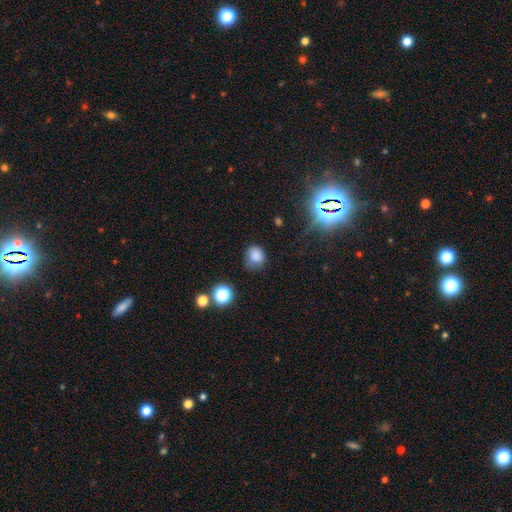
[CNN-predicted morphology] Q: Smooth or featured?
A: smooth (80%); runner-up: star or artifact (13%)
Q: How rounded?
A: round (71%); runner-up: in between (28%)
Q: Merging?
A: none (61%); runner-up: minor disturbance (27%)